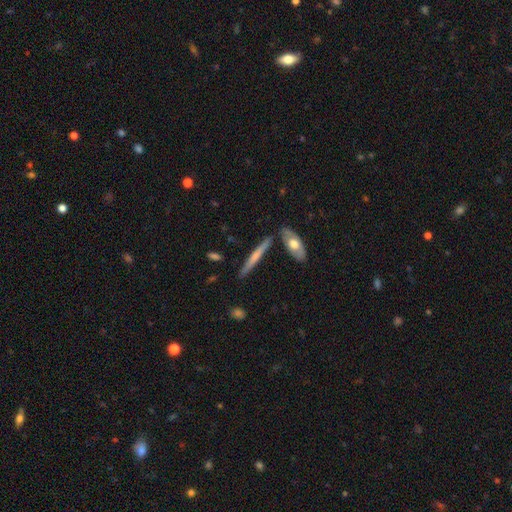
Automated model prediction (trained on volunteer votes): A featured or disk galaxy (50%) viewed edge-on (93%). Merging: none (82%).